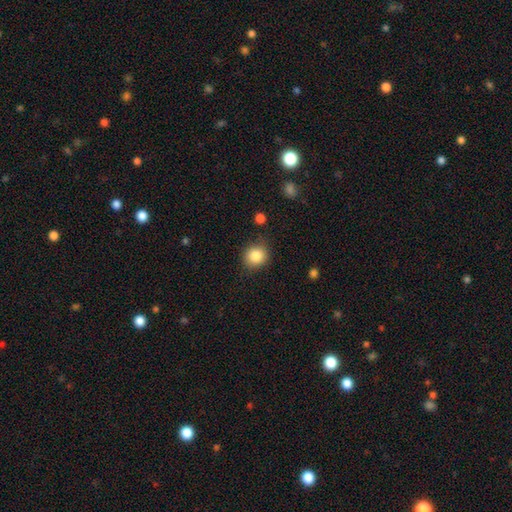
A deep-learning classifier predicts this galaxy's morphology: Smooth or featured?
  - smooth: 85% *
  - star or artifact: 10%
  - featured or disk: 5%
How rounded?
  - round: 82% *
  - in between: 17%
  - cigar-shaped: 1%
Merging?
  - none: 83% *
  - minor disturbance: 12%
  - major disturbance: 3%
  - merger: 2%